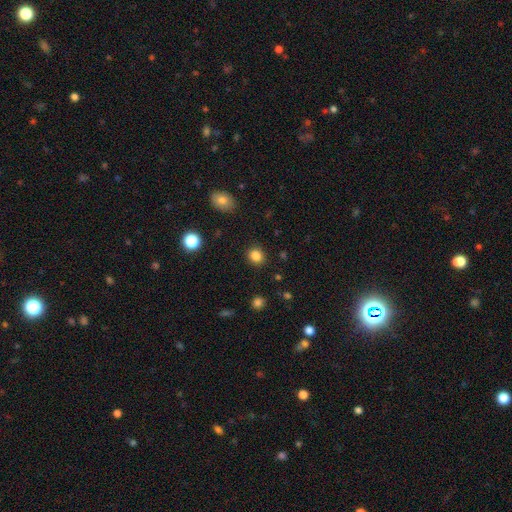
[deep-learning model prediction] Q: Smooth or featured?
A: smooth (85%); runner-up: star or artifact (11%)
Q: How rounded?
A: round (77%); runner-up: in between (22%)
Q: Merging?
A: none (89%); runner-up: minor disturbance (7%)